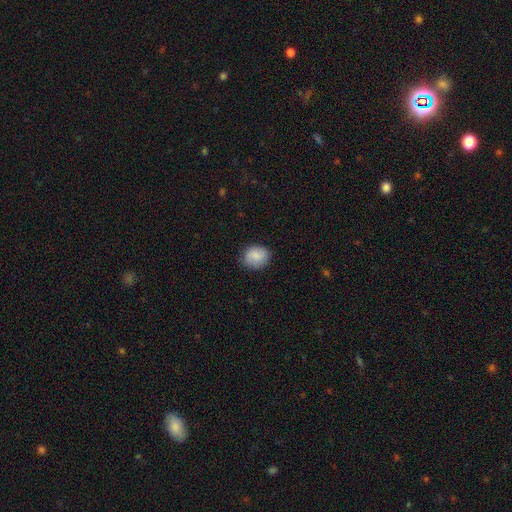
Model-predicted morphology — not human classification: A smooth galaxy with no disk features (82%) that is round (65%).

Vote fractions:
- Smooth or featured? smooth: 82% / featured or disk: 10% / star or artifact: 7%
- How rounded? round: 65% / in between: 34% / cigar-shaped: 1%
- Merging? none: 84% / minor disturbance: 12% / major disturbance: 3% / merger: 1%